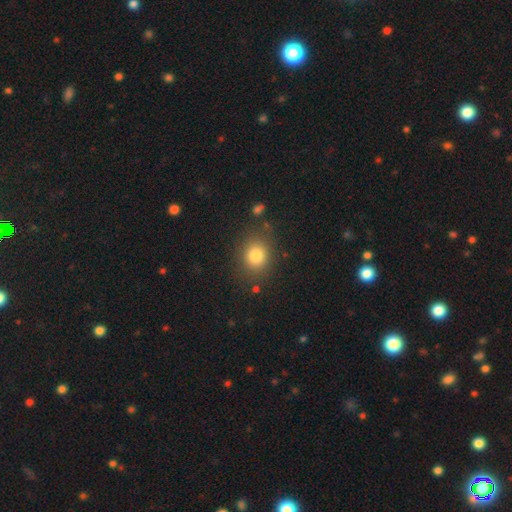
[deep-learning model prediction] The model was most divided on "how rounded": round: 65%, in between: 34%, cigar-shaped: 1%. More confident: smooth or featured — smooth (81%); merging — none (81%).